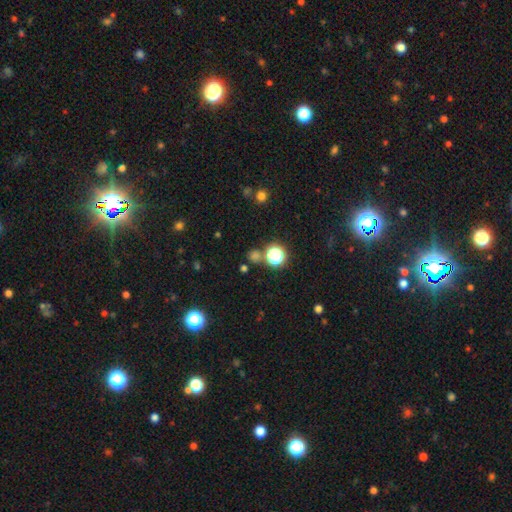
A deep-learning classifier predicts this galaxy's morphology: smooth_or_featured: star or artifact (p=0.49) [alt: smooth p=0.45]